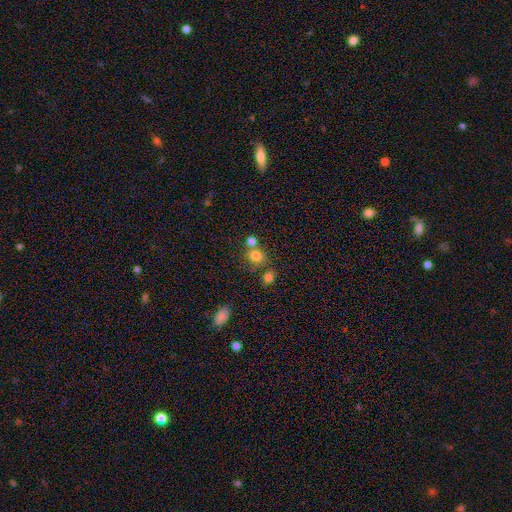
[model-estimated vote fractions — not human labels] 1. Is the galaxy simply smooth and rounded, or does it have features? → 78% smooth, 14% star or artifact, 8% featured or disk.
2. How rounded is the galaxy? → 75% round, 24% in between, 1% cigar-shaped.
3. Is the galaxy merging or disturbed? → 58% none, 27% merger, 11% minor disturbance, 5% major disturbance.